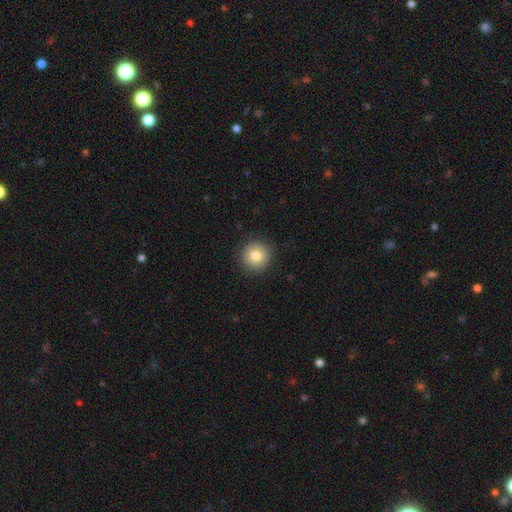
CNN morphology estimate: A smooth galaxy with no disk features (81%) that is round (94%).

Vote fractions:
- Smooth or featured? smooth: 81% / star or artifact: 10% / featured or disk: 9%
- How rounded? round: 94% / in between: 5% / cigar-shaped: 1%
- Merging? none: 91% / minor disturbance: 6% / major disturbance: 2% / merger: 1%